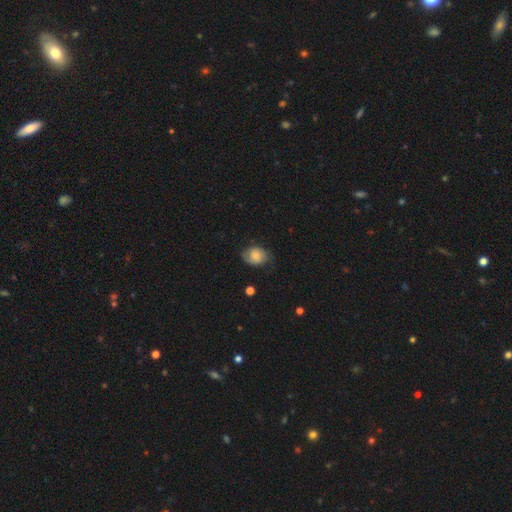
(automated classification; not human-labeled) Overall: smooth (55%; featured or disk 37%). How rounded: in between (50%; round 49%). Merging: none (64%; minor disturbance 26%).